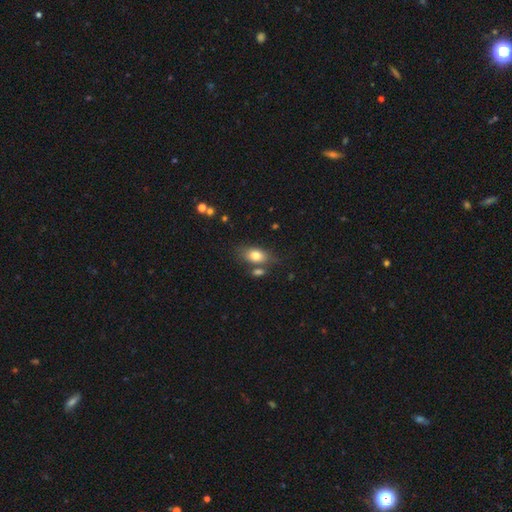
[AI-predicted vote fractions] A smooth galaxy with no disk features (78%) that is in between round and cigar-shaped (85%). Merging: none (63%).